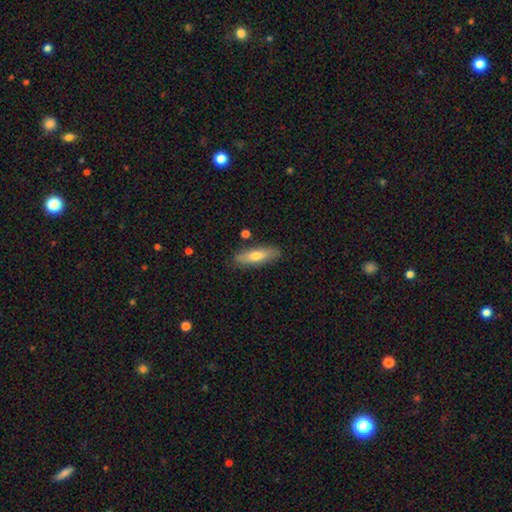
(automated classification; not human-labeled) smooth 69%, featured or disk 24%, star or artifact 6%. Down the decision tree: how rounded — cigar-shaped (51%); merging — none (83%).